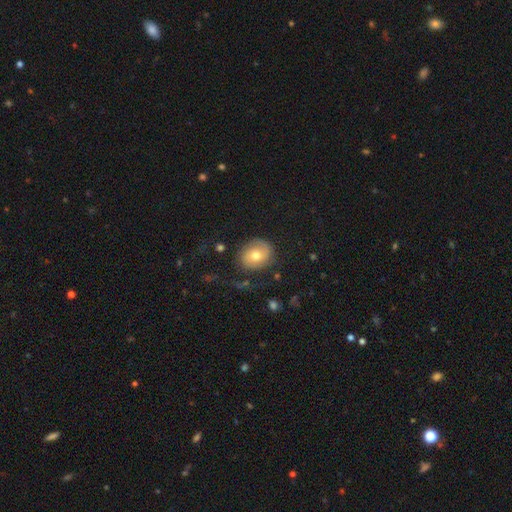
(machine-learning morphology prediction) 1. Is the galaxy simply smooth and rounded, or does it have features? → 58% smooth, 33% featured or disk, 9% star or artifact.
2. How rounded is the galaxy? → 57% round, 42% in between, 1% cigar-shaped.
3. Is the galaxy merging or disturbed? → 72% none, 17% minor disturbance, 9% major disturbance, 2% merger.